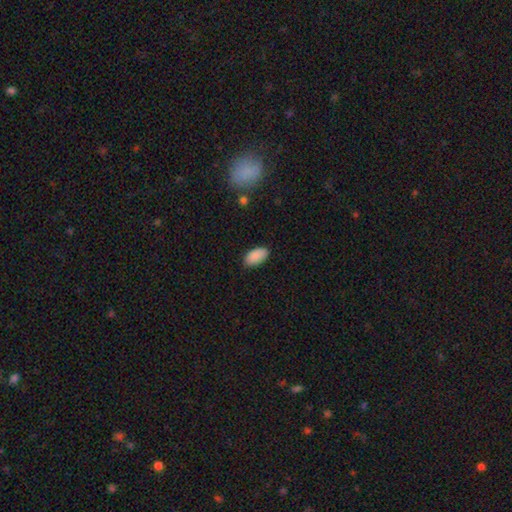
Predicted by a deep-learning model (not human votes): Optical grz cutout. It shows a smooth galaxy with no disk features (89%) that is in between round and cigar-shaped (95%). Merging: none (83%).